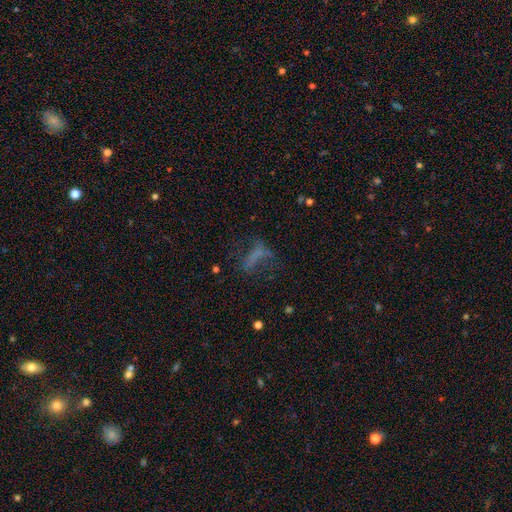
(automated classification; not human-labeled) Smooth or featured?
  - smooth: 41% *
  - featured or disk: 35%
  - star or artifact: 24%
Merging?
  - none: 40% *
  - major disturbance: 37%
  - minor disturbance: 18%
  - merger: 5%